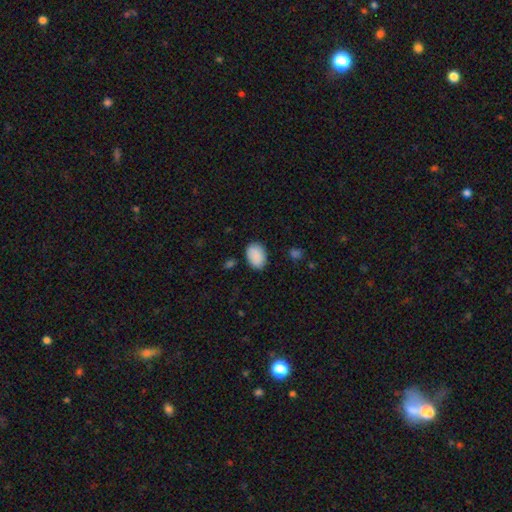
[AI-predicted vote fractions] A smooth galaxy with no disk features (90%) that is in between round and cigar-shaped (83%). Merging: none (83%).